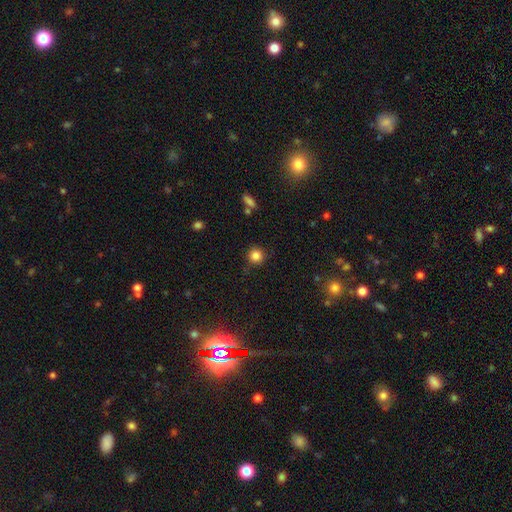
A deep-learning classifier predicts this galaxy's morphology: Overall: smooth (84%). How rounded: round (94%). Merging: none (84%).